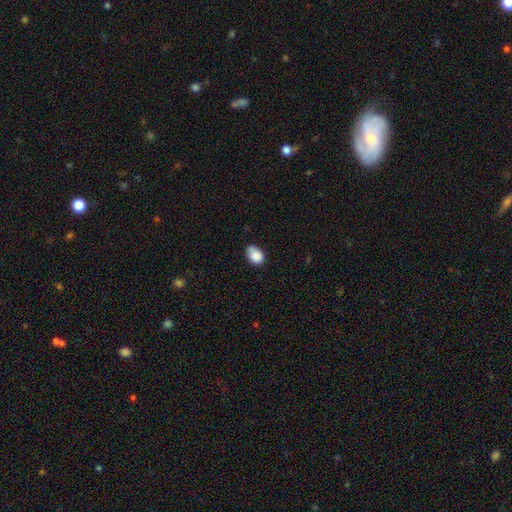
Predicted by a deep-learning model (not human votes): Morphology: type=smooth (86%); roundness=in between (79%); merging=none (55%).